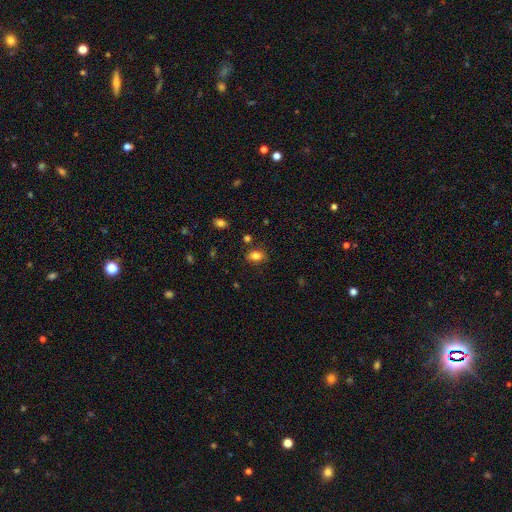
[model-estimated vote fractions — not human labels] smooth-or-featured: smooth: 80% | star or artifact: 11% | featured or disk: 9%
  how-rounded: in between: 78% | round: 19% | cigar-shaped: 2%
  merging: none: 77% | minor disturbance: 16% | major disturbance: 4% | merger: 3%